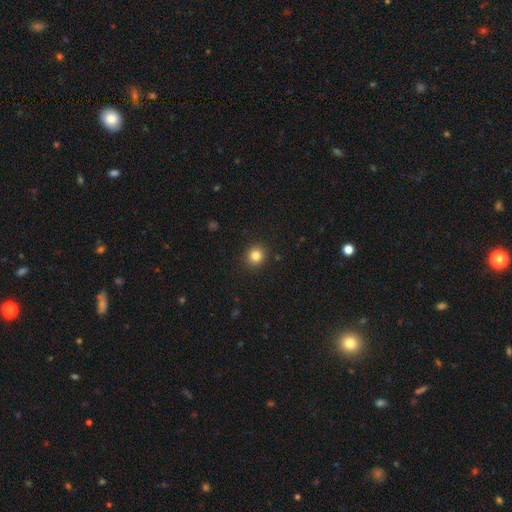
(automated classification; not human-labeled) Smooth or featured? Predicted: smooth (p=0.83). How rounded? Predicted: round (p=0.88). Merging? Predicted: none (p=0.91).